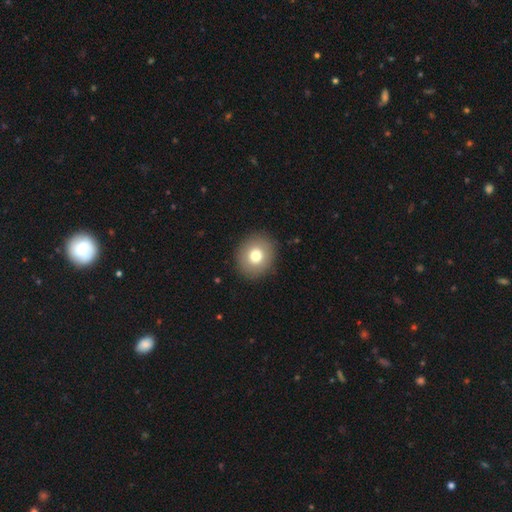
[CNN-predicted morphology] type=smooth (75%); roundness=round (79%); merging=none (90%).